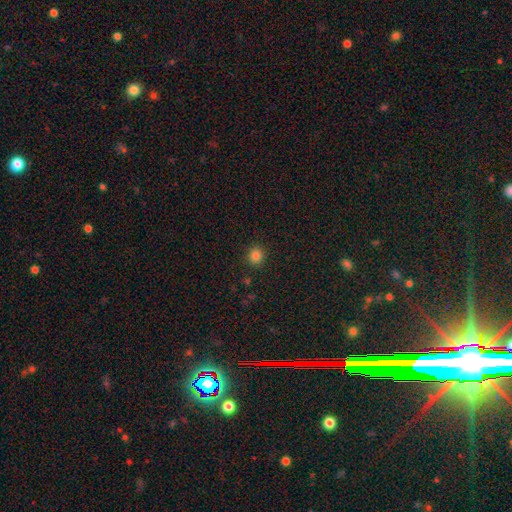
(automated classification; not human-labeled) smooth-or-featured: smooth: 83% | star or artifact: 13% | featured or disk: 4%
  how-rounded: round: 87% | in between: 12% | cigar-shaped: 1%
  merging: none: 91% | minor disturbance: 6% | major disturbance: 2% | merger: 1%